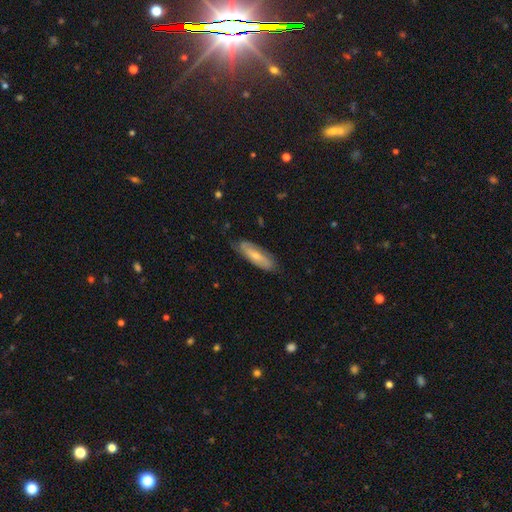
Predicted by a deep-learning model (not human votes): This is possibly a featured or disk galaxy (49%). Merging: likely none (74%).